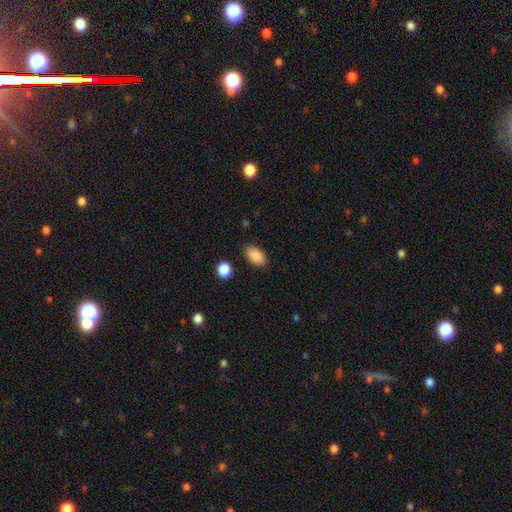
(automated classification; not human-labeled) smooth-or-featured: smooth: 88% | star or artifact: 7% | featured or disk: 4%
  how-rounded: in between: 93% | round: 5% | cigar-shaped: 2%
  merging: none: 86% | minor disturbance: 10% | major disturbance: 3% | merger: 2%